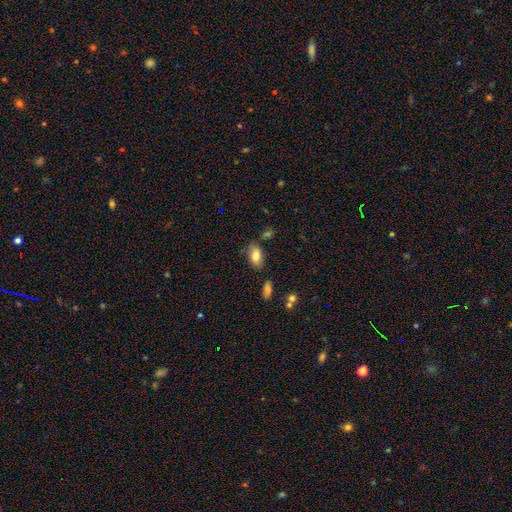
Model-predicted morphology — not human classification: smooth 82%, featured or disk 10%, star or artifact 8%. Down the decision tree: how rounded — in between (91%); merging — none (73%).